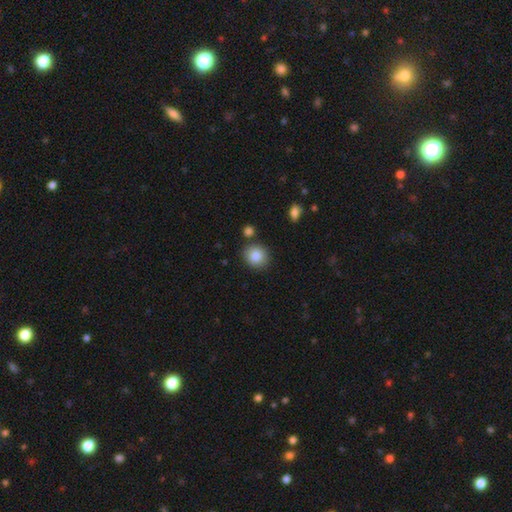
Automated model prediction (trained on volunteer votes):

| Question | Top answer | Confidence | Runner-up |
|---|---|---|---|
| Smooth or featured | smooth | 84% | star or artifact (9%) |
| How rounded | round | 81% | in between (18%) |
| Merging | none | 83% | minor disturbance (9%) |